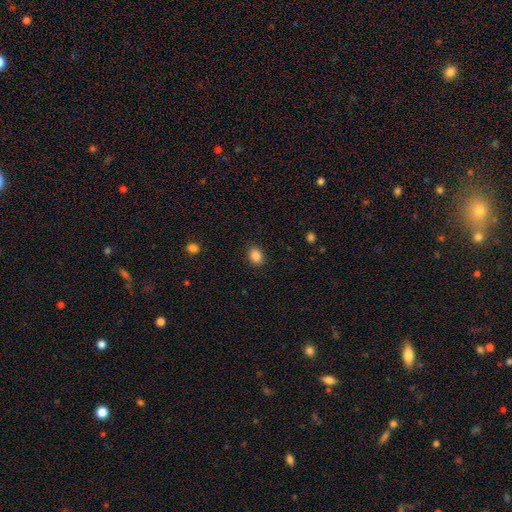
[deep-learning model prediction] Q: Smooth or featured?
A: smooth (87%); runner-up: star or artifact (9%)
Q: How rounded?
A: in between (54%); runner-up: round (45%)
Q: Merging?
A: none (89%); runner-up: minor disturbance (8%)